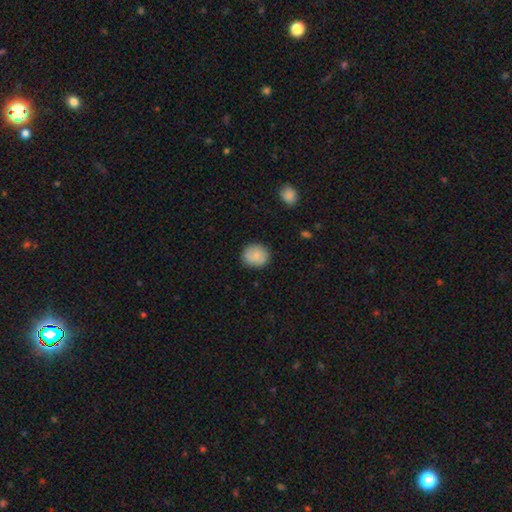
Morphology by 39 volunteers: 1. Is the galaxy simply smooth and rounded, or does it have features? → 87% smooth, 8% star or artifact, 5% featured or disk.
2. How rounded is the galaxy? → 79% round, 21% in between, 0% cigar-shaped.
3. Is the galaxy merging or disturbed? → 92% none, 3% minor disturbance, 3% major disturbance, 3% merger.